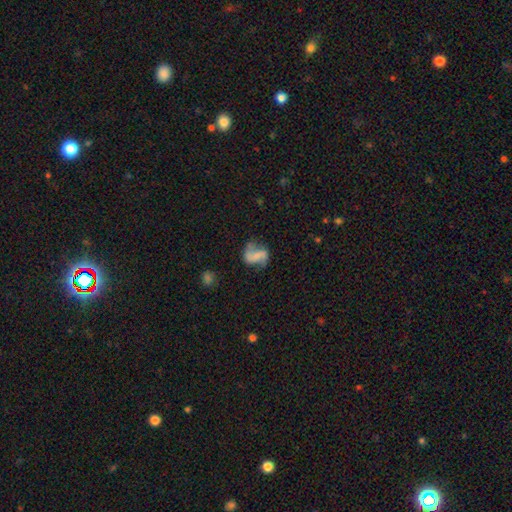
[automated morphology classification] The model was most divided on "bar": weak: 37%, no: 32%, strong: 31%. More confident: edge-on disk — no (98%); spiral arm count — 2 (88%); spiral arms — yes (88%); smooth or featured — featured or disk (67%); spiral winding — loose (61%); merging — none (60%); bulge size — none (58%).